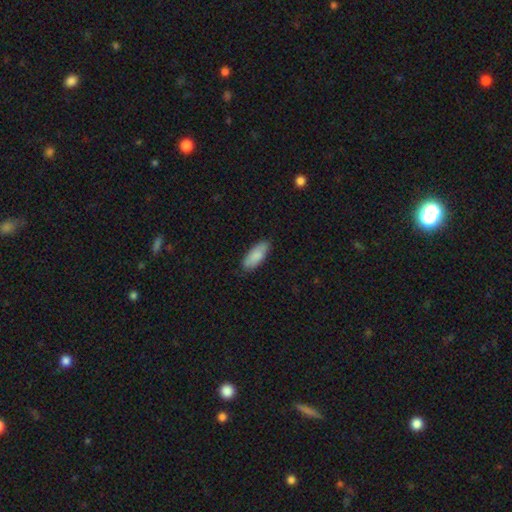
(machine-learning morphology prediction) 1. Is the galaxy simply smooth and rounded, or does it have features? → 86% smooth, 9% featured or disk, 6% star or artifact.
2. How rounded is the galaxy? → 77% in between, 21% cigar-shaped, 2% round.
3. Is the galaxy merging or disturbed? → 83% none, 13% minor disturbance, 2% major disturbance, 1% merger.